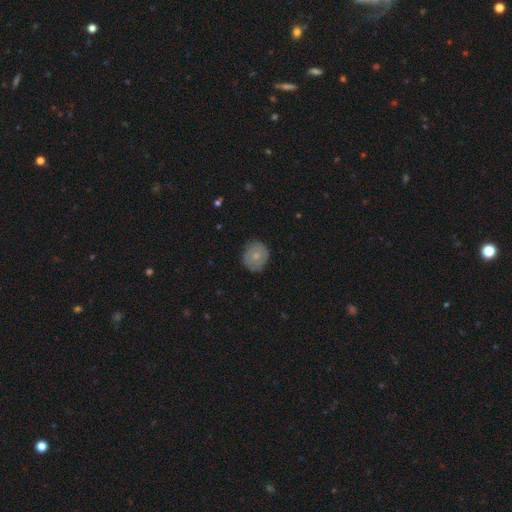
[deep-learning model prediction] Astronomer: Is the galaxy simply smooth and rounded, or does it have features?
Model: smooth — 65%.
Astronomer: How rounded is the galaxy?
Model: round — 85%.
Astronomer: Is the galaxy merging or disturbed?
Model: none — 81%.